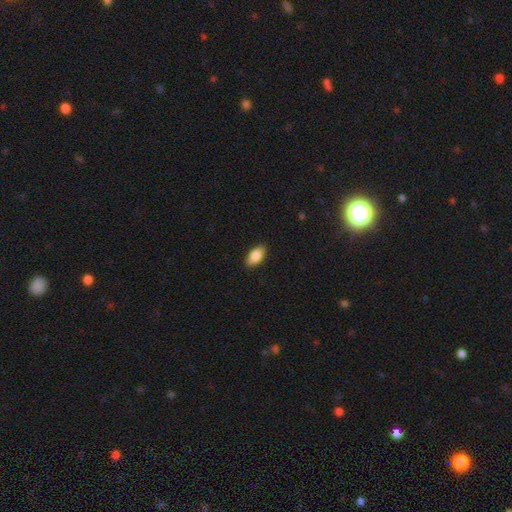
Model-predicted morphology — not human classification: smooth-or-featured: smooth: 86% | featured or disk: 7% | star or artifact: 7%
  how-rounded: in between: 92% | cigar-shaped: 5% | round: 3%
  merging: none: 88% | minor disturbance: 9% | major disturbance: 2% | merger: 1%